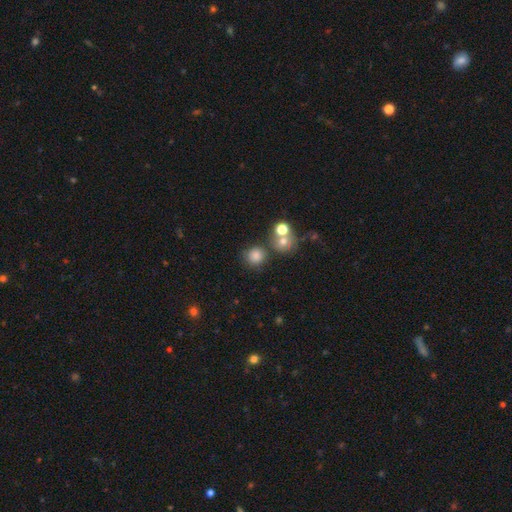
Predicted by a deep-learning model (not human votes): Overall: smooth (80%). How rounded: round (88%). Merging: none (67%).